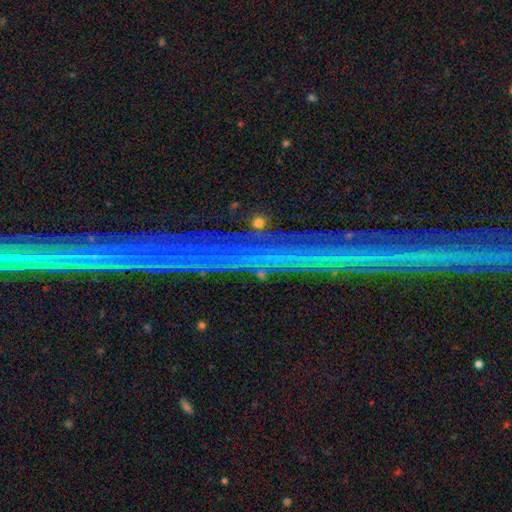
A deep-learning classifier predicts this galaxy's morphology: Q: Smooth or featured?
A: star or artifact (75%); runner-up: featured or disk (14%)